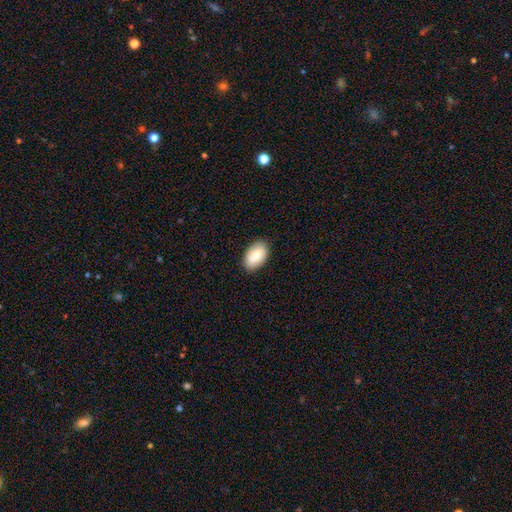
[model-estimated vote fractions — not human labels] This appears to be a smooth galaxy with no disk features (75%) that is in between round and cigar-shaped (92%). Merging: none (87%).